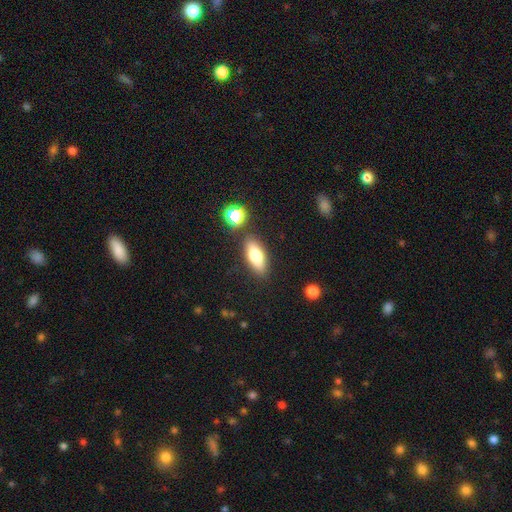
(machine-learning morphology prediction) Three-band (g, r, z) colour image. It shows a smooth galaxy with no disk features (76%) that is in between round and cigar-shaped (76%). Merging: none (83%).